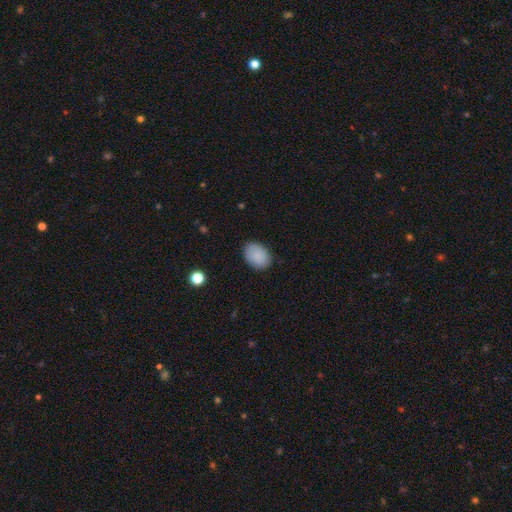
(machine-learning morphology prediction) Smooth or featured: smooth — 88% (star or artifact — 7%)
How rounded: in between — 73% (round — 26%)
Merging: none — 84% (minor disturbance — 12%)